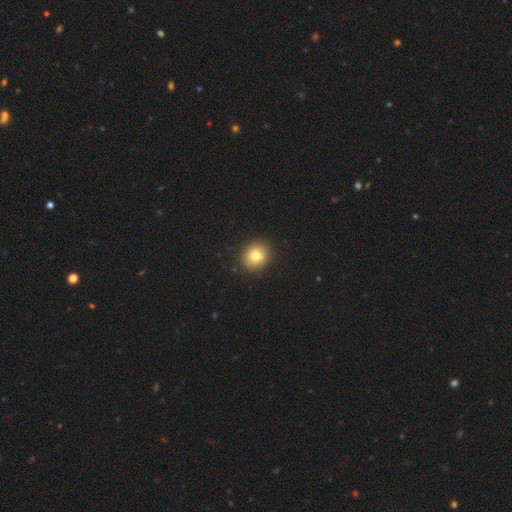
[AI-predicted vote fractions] Overall: smooth (78%). How rounded: round (81%). Merging: none (90%).